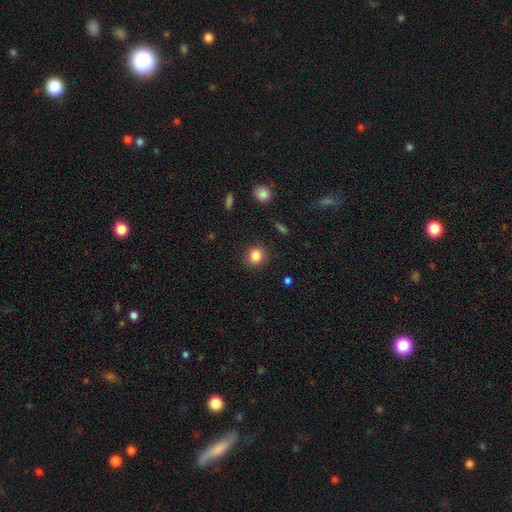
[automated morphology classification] smooth 85%, star or artifact 10%, featured or disk 4%. Down the decision tree: how rounded — round (86%); merging — none (89%).